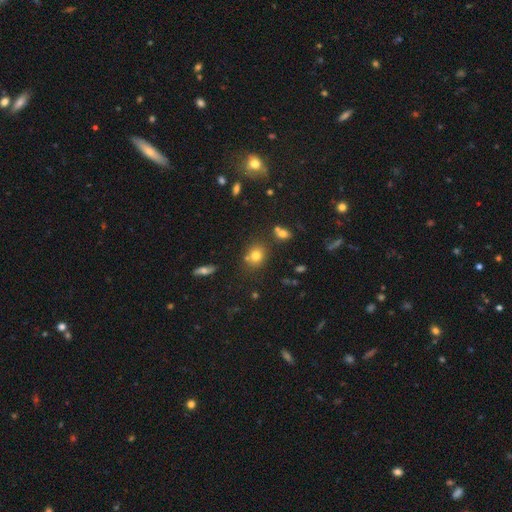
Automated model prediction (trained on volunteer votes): Smooth or featured: smooth — 73% (star or artifact — 16%)
How rounded: round — 68% (in between — 30%)
Merging: none — 70% (merger — 14%)